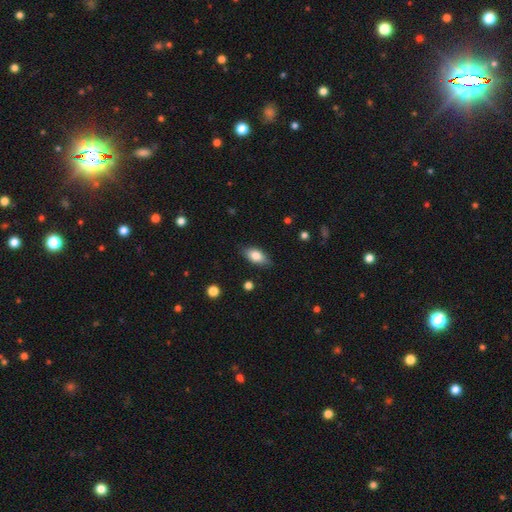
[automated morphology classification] A smooth galaxy with no disk features (79%) that is in between round and cigar-shaped (88%). Merging: none (83%).